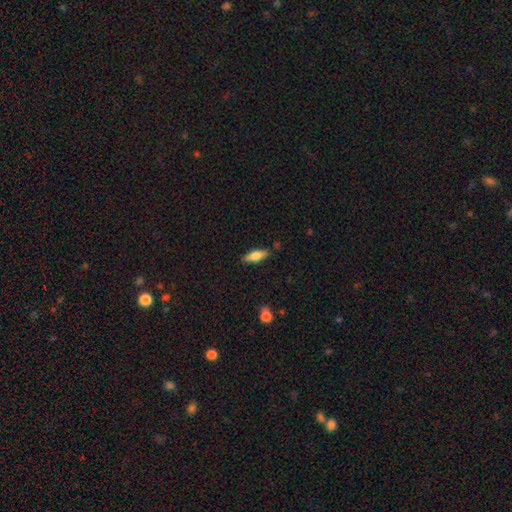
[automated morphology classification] Overall: smooth (64%; featured or disk 29%). How rounded: in between (59%; cigar-shaped 38%). Merging: none (84%).